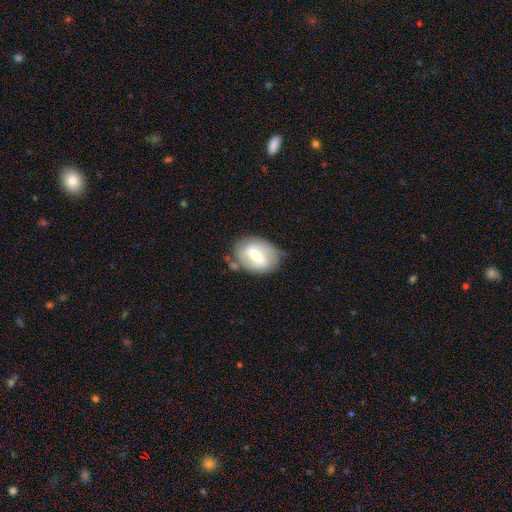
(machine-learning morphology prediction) smooth_or_featured: featured or disk (p=0.56) [alt: smooth p=0.38]
disk_edge_on: no (p=0.93) [alt: yes p=0.07]
bar: strong (p=0.47) [alt: weak p=0.41]
has_spiral_arms: yes (p=0.53) [alt: no p=0.47]
bulge_size: moderate (p=0.56) [alt: small p=0.35]
merging: none (p=0.71) [alt: minor disturbance p=0.18]